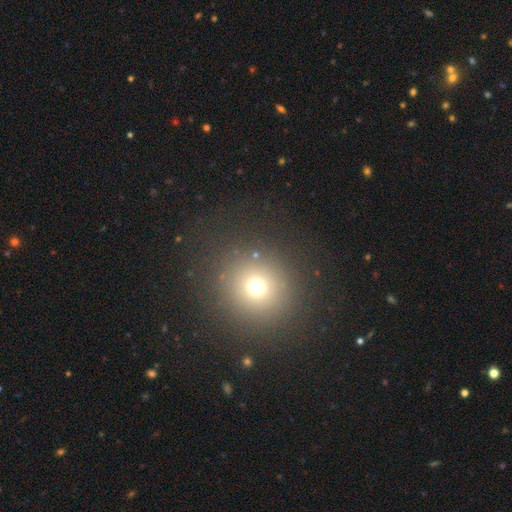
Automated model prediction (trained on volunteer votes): Morphology: type=smooth (69%); roundness=round (92%); merging=none (87%).